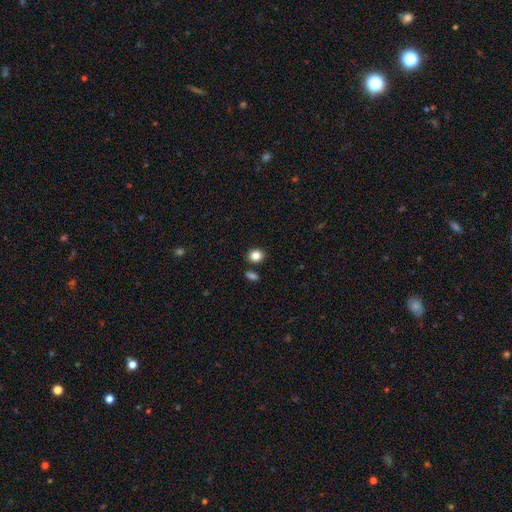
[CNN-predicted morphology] smooth_or_featured: smooth (p=0.85) [alt: star or artifact p=0.10]
how_rounded: round (p=0.66) [alt: in between p=0.33]
merging: none (p=0.84) [alt: minor disturbance p=0.08]